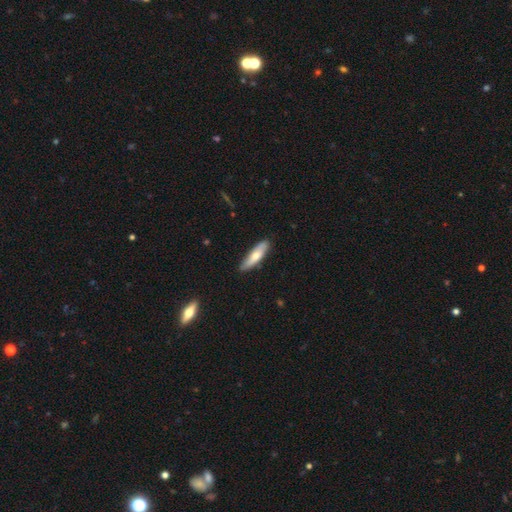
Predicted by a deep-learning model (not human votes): A smooth galaxy with no disk features (64%) that is cigar-shaped (69%).

Vote fractions:
- Smooth or featured? smooth: 64% / featured or disk: 30% / star or artifact: 6%
- How rounded? cigar-shaped: 69% / in between: 29% / round: 2%
- Merging? none: 84% / minor disturbance: 13% / major disturbance: 2% / merger: 1%